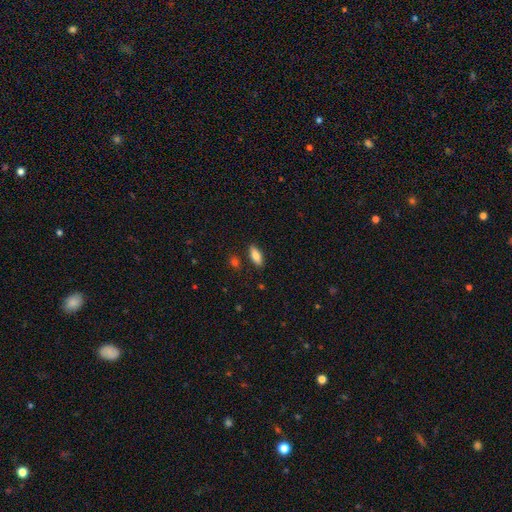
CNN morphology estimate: Overall: smooth (82%). How rounded: in between (79%). Merging: none (86%).